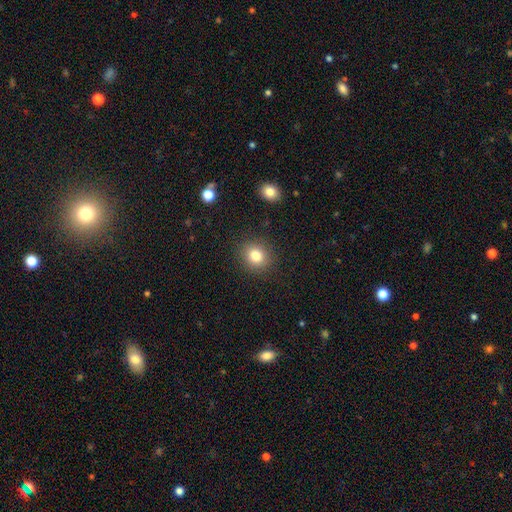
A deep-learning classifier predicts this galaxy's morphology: A smooth galaxy with no disk features (81%) that is round (79%). Merging: none (88%).